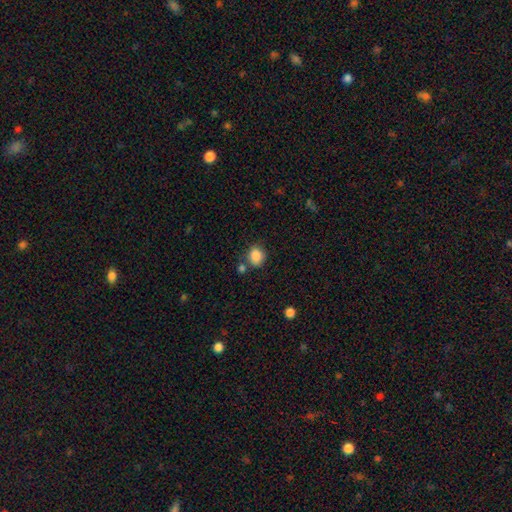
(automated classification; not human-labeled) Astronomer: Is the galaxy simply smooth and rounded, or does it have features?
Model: smooth — 86%.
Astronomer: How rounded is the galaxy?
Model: round — 63%.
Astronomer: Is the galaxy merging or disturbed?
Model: none — 70%.